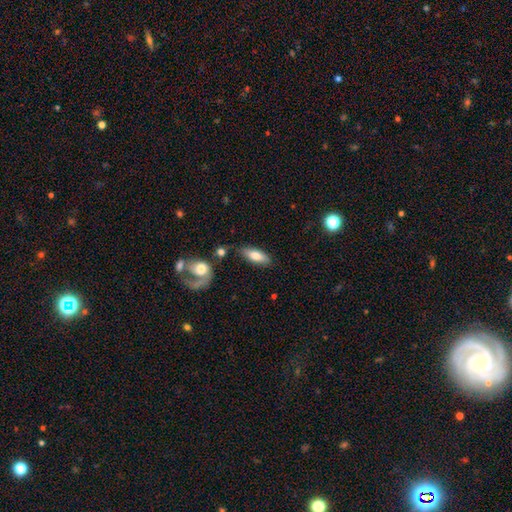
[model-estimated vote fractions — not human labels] Smooth or featured? Predicted: smooth (p=0.72). How rounded? Predicted: in between (p=0.72). Merging? Predicted: none (p=0.73).